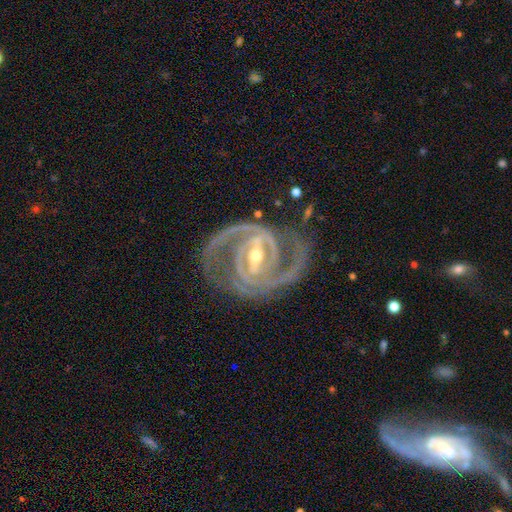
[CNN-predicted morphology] This is clearly a featured or disk galaxy (94%). It is clearly not viewed edge-on (97%). Bar: likely strong (66%). Spiral arm pattern: clearly yes (98%). Spiral arm count: likely 2 (77%). Spiral winding: possibly tight (55%). Central bulge: possibly moderate (53%). Merging: likely none (75%).